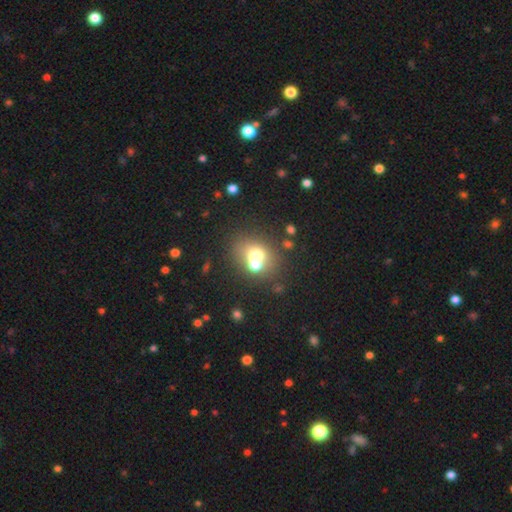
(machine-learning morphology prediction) A smooth galaxy with no disk features (62%) that is round (66%). Merging: merger (49%).